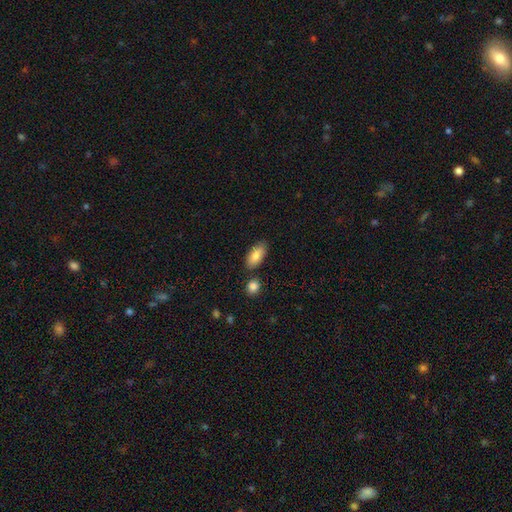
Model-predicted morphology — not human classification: A smooth galaxy with no disk features (85%) that is in between round and cigar-shaped (90%). Merging: none (80%).